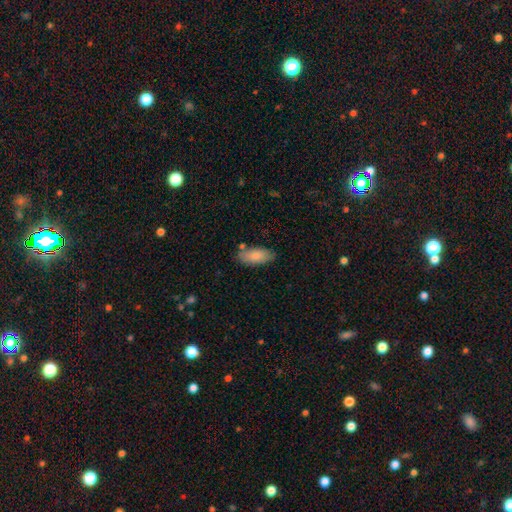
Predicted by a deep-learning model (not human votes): A smooth galaxy with no disk features (83%) that is in between round and cigar-shaped (88%). Merging: none (76%).